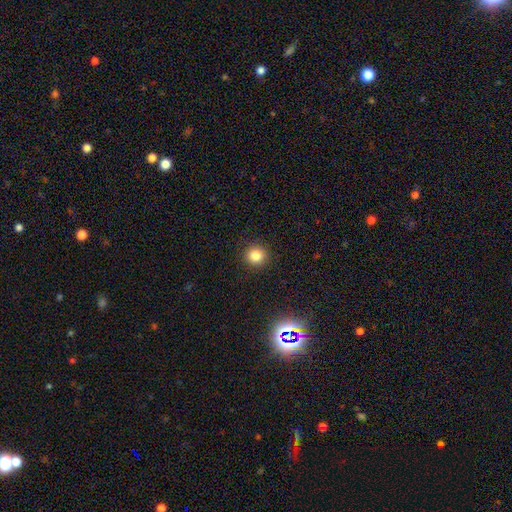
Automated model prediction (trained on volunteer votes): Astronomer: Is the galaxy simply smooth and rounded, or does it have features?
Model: smooth — 82%.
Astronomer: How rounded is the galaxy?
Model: round — 92%.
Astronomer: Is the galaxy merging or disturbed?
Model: none — 92%.